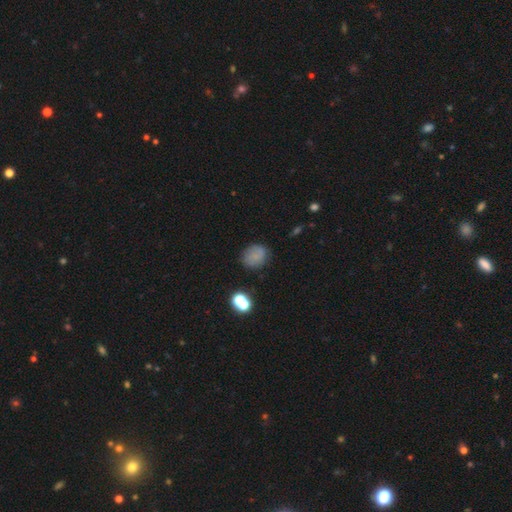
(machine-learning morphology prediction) smooth_or_featured: smooth (p=0.68) [alt: featured or disk p=0.20]
how_rounded: round (p=0.68) [alt: in between p=0.31]
merging: none (p=0.73) [alt: minor disturbance p=0.18]